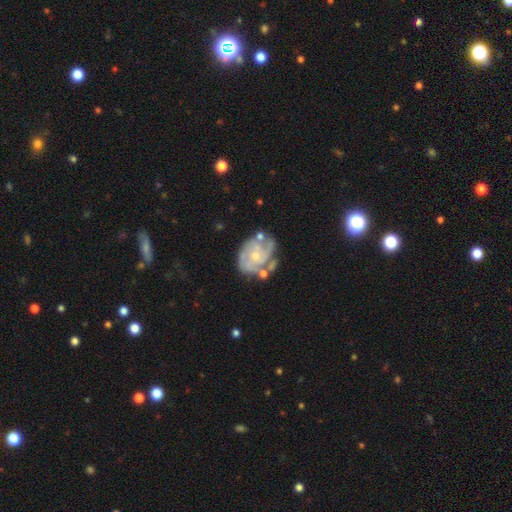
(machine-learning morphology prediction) smooth-or-featured: featured or disk: 82% | smooth: 13% | star or artifact: 6%
  disk-edge-on: no: 98% | yes: 2%
    bar: no: 75% | weak: 22% | strong: 4%
    has-spiral-arms: yes: 89% | no: 11%
      spiral-winding: tight: 55% | medium: 34% | loose: 11%
      spiral-arm-count: can't tell: 31% | 3: 25% | 2: 23% | 4: 11% | 1: 5% | more than 4: 5%
    bulge-size: small: 69% | moderate: 27% | none: 3% | large: 1% | dominant: 1%
  merging: none: 52% | minor disturbance: 23% | major disturbance: 13% | merger: 12%